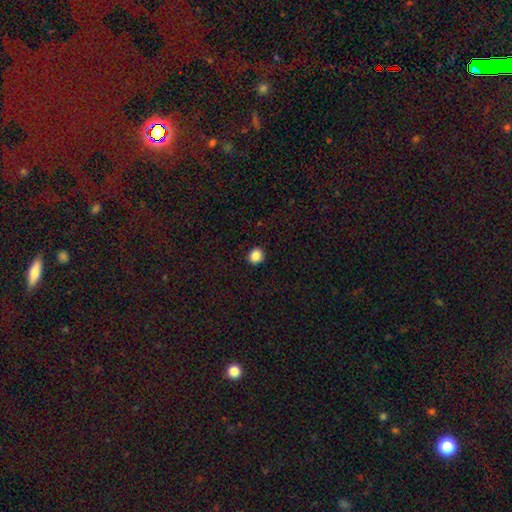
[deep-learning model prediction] smooth_or_featured: smooth (p=0.86) [alt: star or artifact p=0.10]
how_rounded: round (p=0.86) [alt: in between p=0.13]
merging: none (p=0.91) [alt: minor disturbance p=0.06]